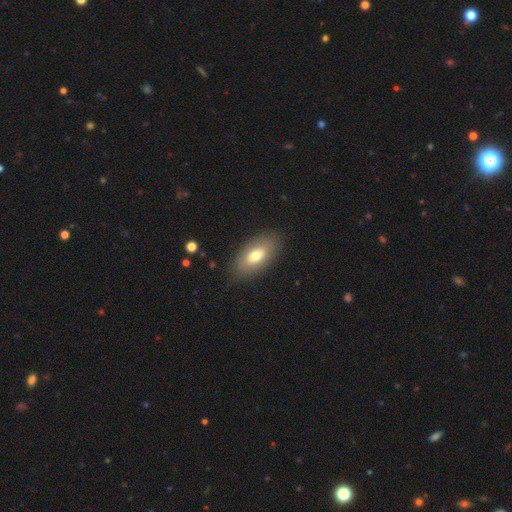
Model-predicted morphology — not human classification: Smooth or featured: smooth — 71% (featured or disk — 22%)
How rounded: in between — 91% (cigar-shaped — 5%)
Merging: none — 85% (minor disturbance — 10%)